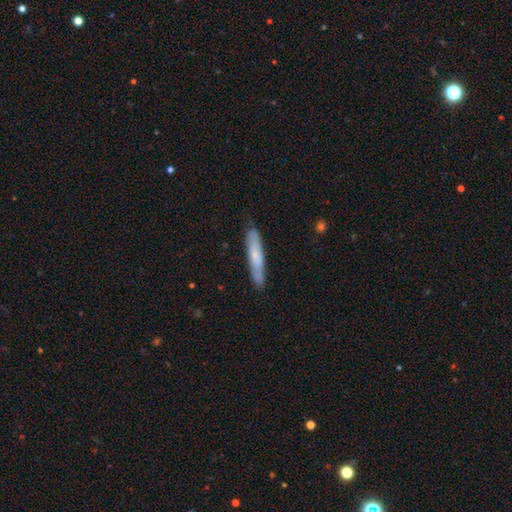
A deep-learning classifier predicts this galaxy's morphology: smooth_or_featured: smooth (p=0.62) [alt: featured or disk p=0.33]
how_rounded: cigar-shaped (p=0.90) [alt: in between p=0.08]
merging: none (p=0.82) [alt: minor disturbance p=0.14]